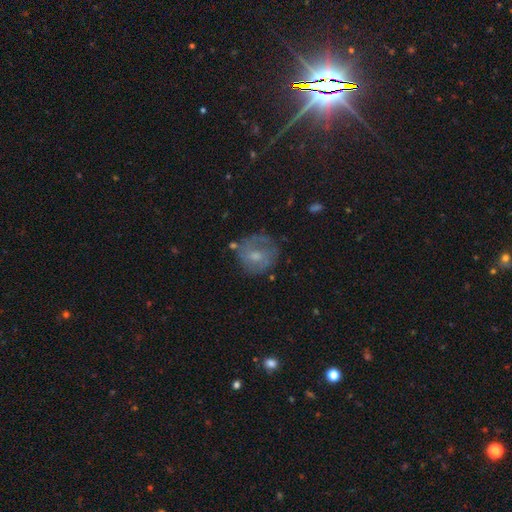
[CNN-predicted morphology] Q: Smooth or featured?
A: smooth (46%); runner-up: featured or disk (44%)
Q: Merging?
A: none (63%); runner-up: minor disturbance (22%)